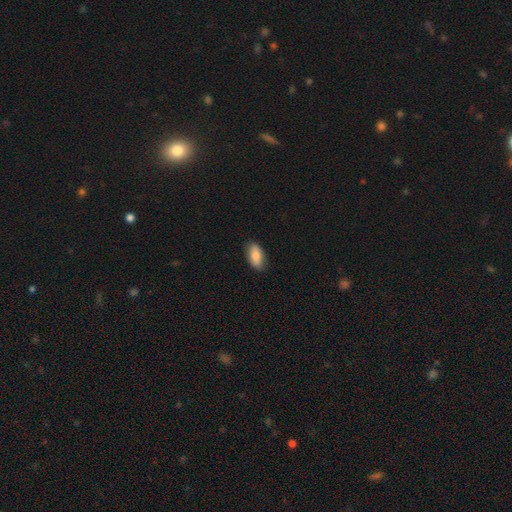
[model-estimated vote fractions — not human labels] Smooth or featured? smooth (83%)
How rounded? in between (90%)
Merging? none (83%)